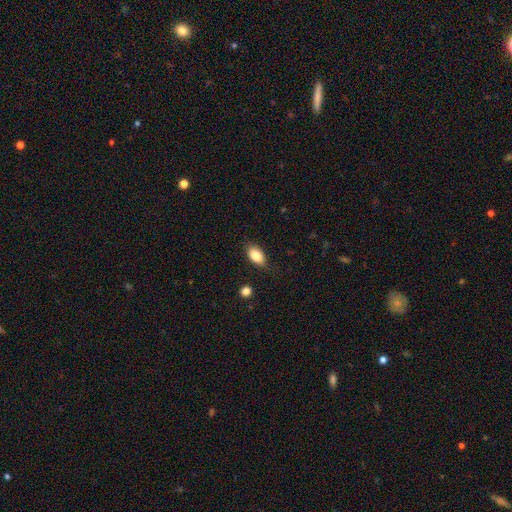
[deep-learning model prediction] A smooth galaxy with no disk features (82%) that is in between round and cigar-shaped (90%).

Vote fractions:
- Smooth or featured? smooth: 82% / featured or disk: 10% / star or artifact: 8%
- How rounded? in between: 90% / round: 7% / cigar-shaped: 2%
- Merging? none: 83% / minor disturbance: 13% / major disturbance: 3% / merger: 1%